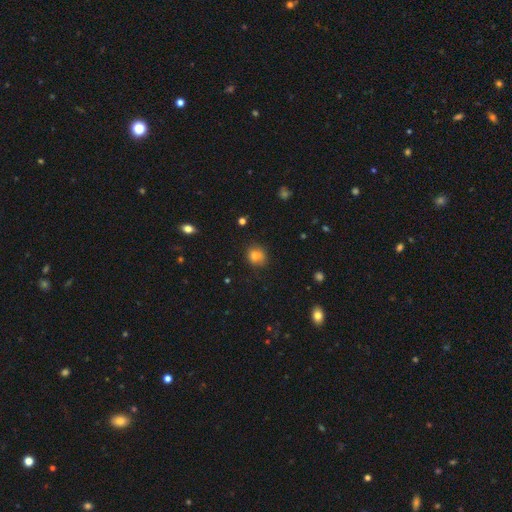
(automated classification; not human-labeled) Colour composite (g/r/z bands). It shows a smooth galaxy with no disk features (79%) that is round (82%). Merging: none (81%).